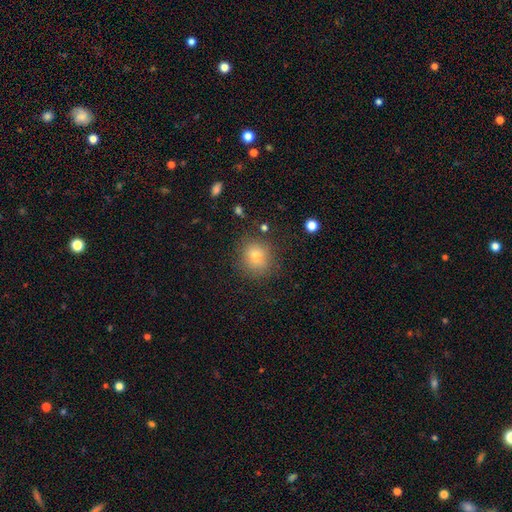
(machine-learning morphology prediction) Smooth or featured?
  - smooth: 75% *
  - star or artifact: 15%
  - featured or disk: 10%
How rounded?
  - round: 80% *
  - in between: 19%
  - cigar-shaped: 1%
Merging?
  - none: 83% *
  - minor disturbance: 11%
  - major disturbance: 4%
  - merger: 2%